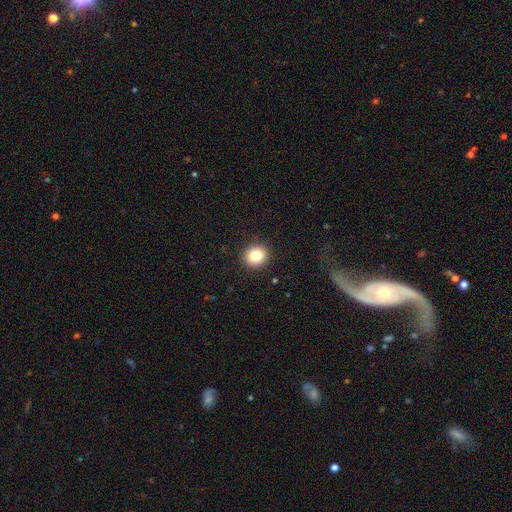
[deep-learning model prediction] Smooth or featured: smooth — 82% (star or artifact — 10%)
How rounded: round — 84% (in between — 16%)
Merging: none — 91% (minor disturbance — 6%)